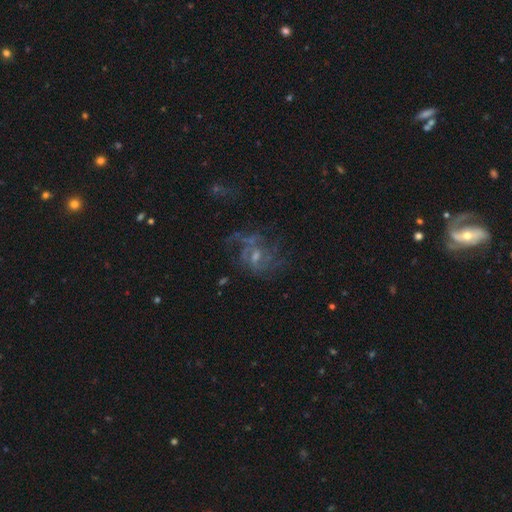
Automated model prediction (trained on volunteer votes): Q: Smooth or featured?
A: featured or disk (72%); runner-up: star or artifact (15%)
Q: Edge-on disk?
A: no (97%); runner-up: yes (3%)
Q: Bar?
A: no (47%); runner-up: weak (45%)
Q: Spiral arms?
A: yes (80%); runner-up: no (20%)
Q: Spiral winding?
A: medium (43%); runner-up: loose (35%)
Q: Spiral arm count?
A: can't tell (39%); runner-up: 2 (23%)
Q: Bulge size?
A: small (47%); runner-up: moderate (38%)
Q: Merging?
A: none (49%); runner-up: major disturbance (30%)